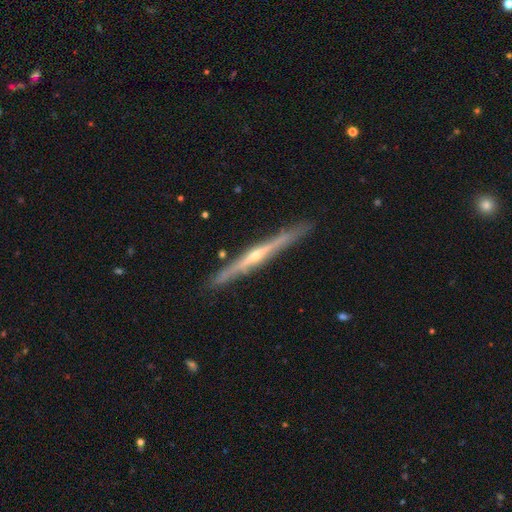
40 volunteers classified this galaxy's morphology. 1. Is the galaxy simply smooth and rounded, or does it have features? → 80% featured or disk, 10% smooth, 10% star or artifact.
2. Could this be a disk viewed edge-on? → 100% yes, 0% no.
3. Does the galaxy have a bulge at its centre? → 84% rounded, 16% none, 0% boxy.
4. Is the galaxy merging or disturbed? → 81% none, 19% minor disturbance, 0% major disturbance, 0% merger.